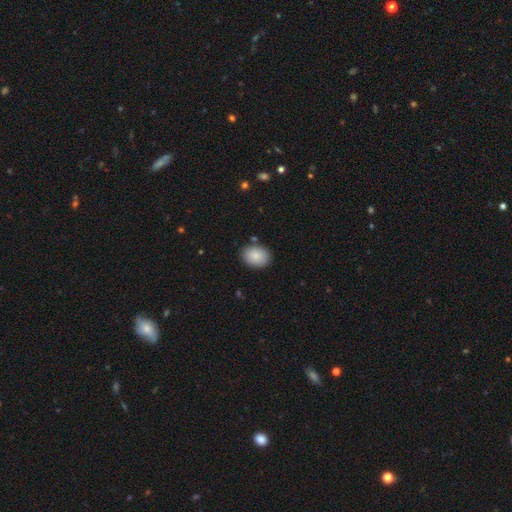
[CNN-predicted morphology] smooth 88%, star or artifact 7%, featured or disk 5%. Down the decision tree: how rounded — in between (70%); merging — none (85%).